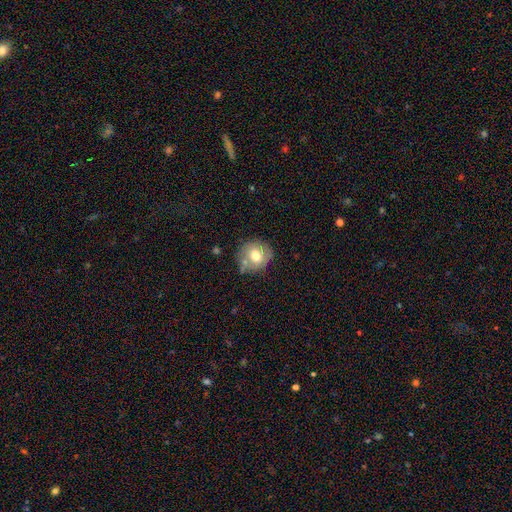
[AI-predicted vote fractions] This appears to be a smooth galaxy with no disk features (64%) that is round (84%). Merging: none (66%).